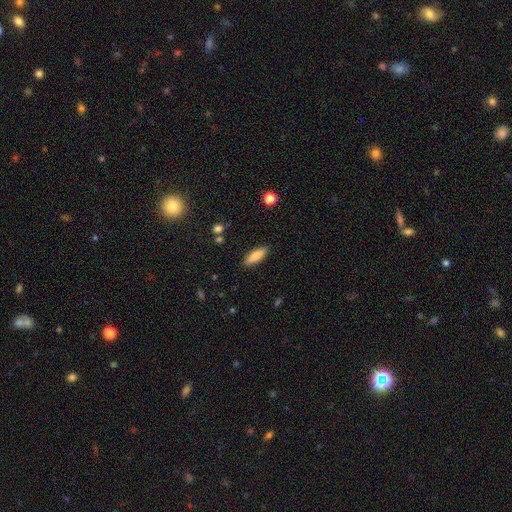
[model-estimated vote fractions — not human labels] The model was most divided on "how rounded": in between: 58%, cigar-shaped: 39%, round: 2%. More confident: merging — none (88%); smooth or featured — smooth (75%).